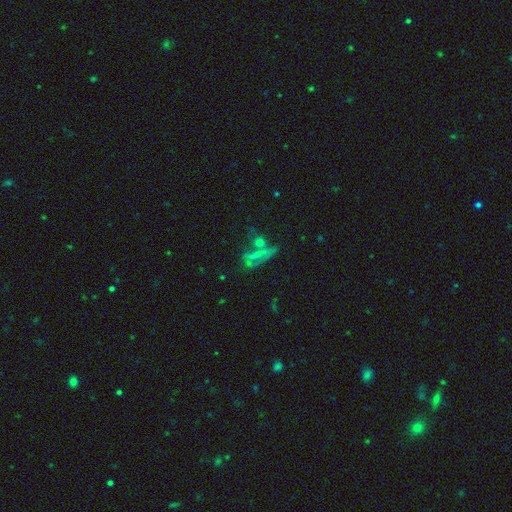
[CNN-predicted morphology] Smooth or featured? smooth (47%)
Merging? none (39%)